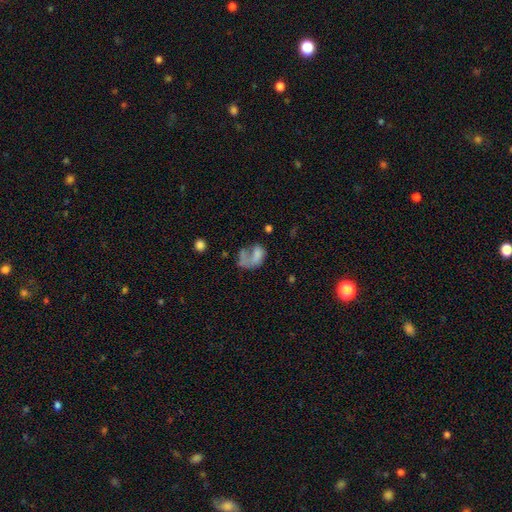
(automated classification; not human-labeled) Smooth or featured: smooth — 53% (featured or disk — 36%)
How rounded: in between — 75% (round — 23%)
Merging: major disturbance — 43% (none — 23%)